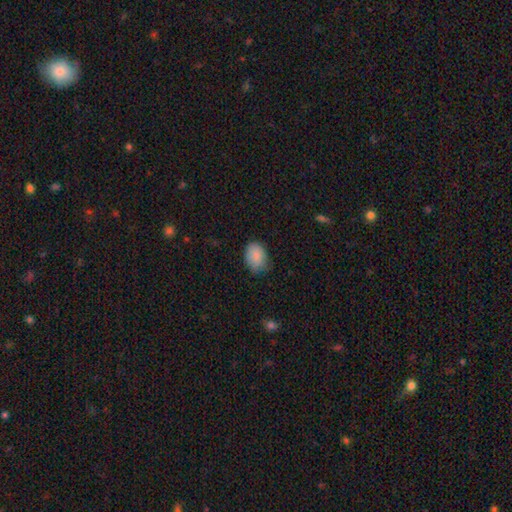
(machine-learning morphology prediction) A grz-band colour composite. It shows a smooth galaxy with no disk features (86%) that is in between round and cigar-shaped (73%). Merging: none (69%).